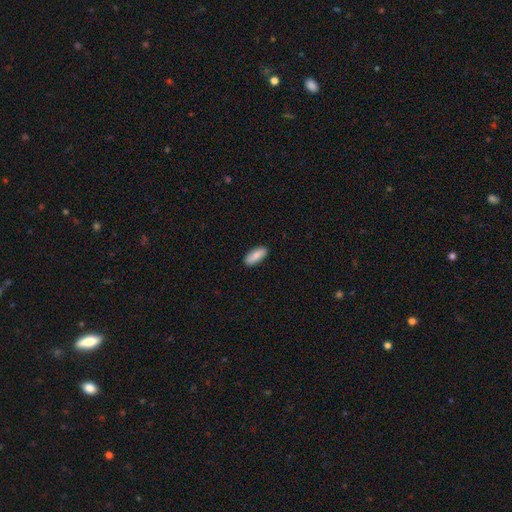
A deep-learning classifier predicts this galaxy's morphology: A smooth galaxy with no disk features (85%) that is in between round and cigar-shaped (77%). Merging: none (89%).